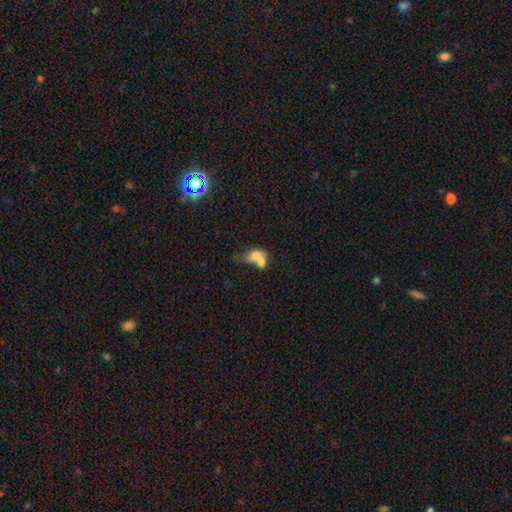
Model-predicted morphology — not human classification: This appears to be a smooth galaxy with no disk features (66%) that is in between round and cigar-shaped (75%). Merging: merger (65%).